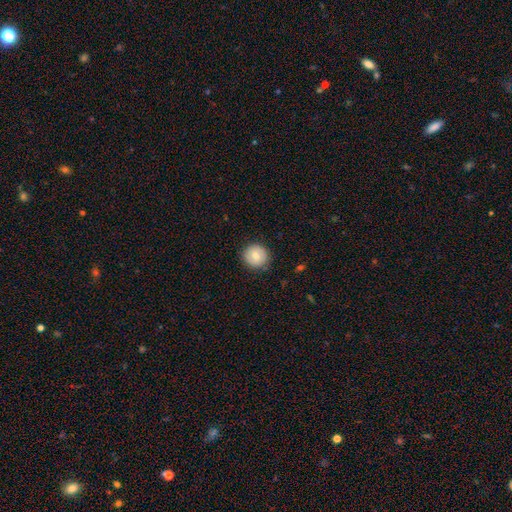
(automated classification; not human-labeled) Overall: smooth (73%). How rounded: round (92%). Merging: none (88%).